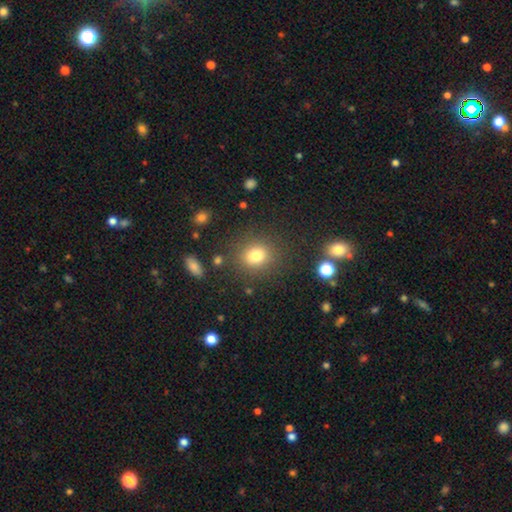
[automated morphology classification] This appears to be a smooth galaxy with no disk features (79%) that is round (73%). Merging: none (83%).